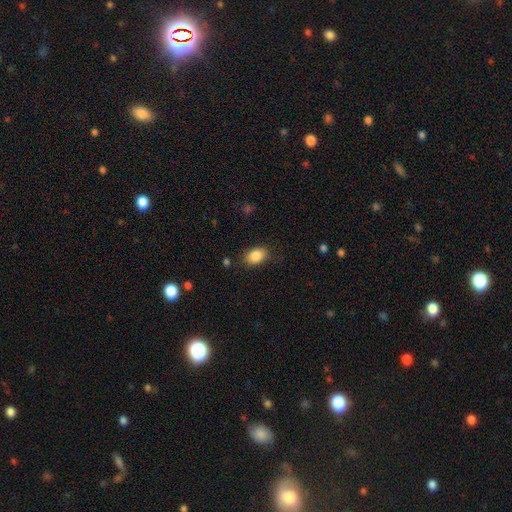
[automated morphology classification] smooth 87%, star or artifact 8%, featured or disk 5%. Down the decision tree: how rounded — in between (81%); merging — none (83%).